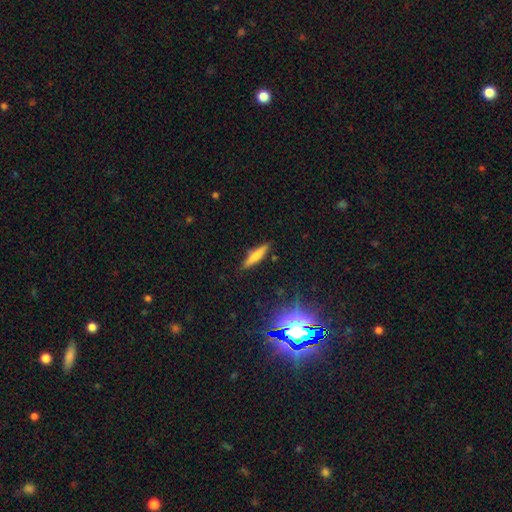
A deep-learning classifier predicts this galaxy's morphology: smooth-or-featured: smooth: 63% | featured or disk: 27% | star or artifact: 9%
  how-rounded: cigar-shaped: 84% | in between: 14% | round: 2%
  merging: none: 87% | minor disturbance: 9% | major disturbance: 2% | merger: 2%